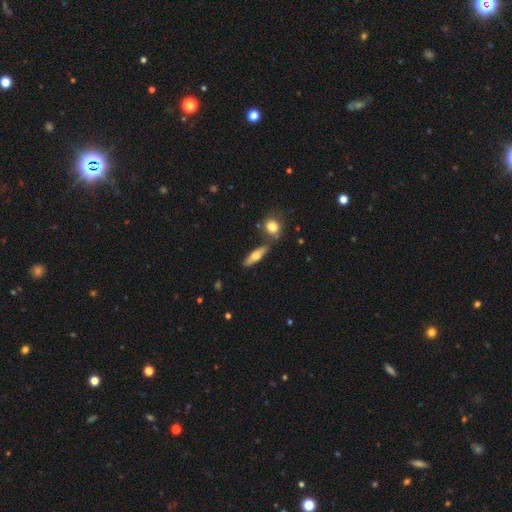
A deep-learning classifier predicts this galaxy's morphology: A smooth galaxy with no disk features (53%) that is cigar-shaped (52%). Merging: none (72%).